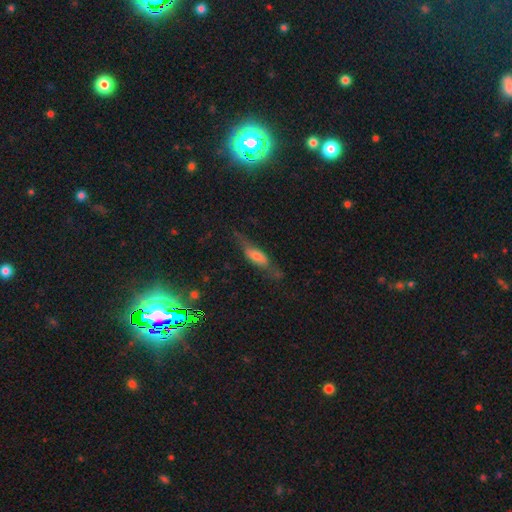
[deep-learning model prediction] smooth 54%, featured or disk 38%, star or artifact 8%. Down the decision tree: how rounded — cigar-shaped (49%); merging — none (53%).